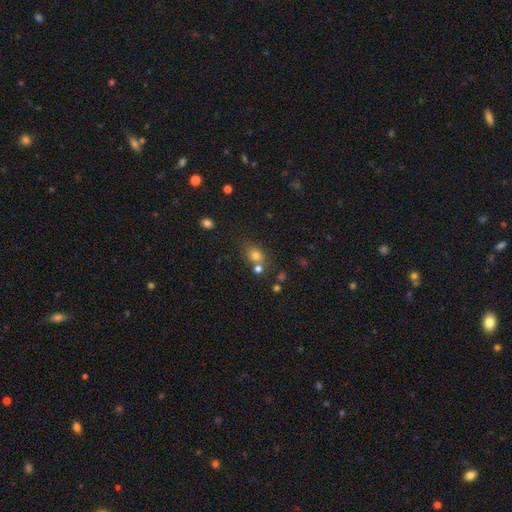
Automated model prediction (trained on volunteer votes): Smooth or featured: smooth — 75% (star or artifact — 15%)
How rounded: round — 54% (in between — 45%)
Merging: none — 56% (merger — 26%)